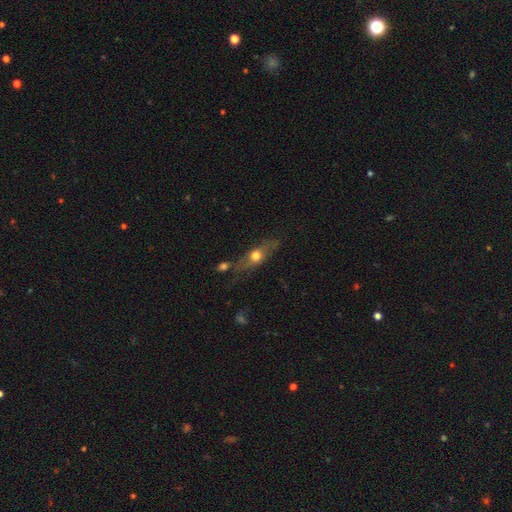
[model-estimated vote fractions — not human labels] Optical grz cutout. It shows a smooth galaxy with no disk features (47%). Merging: none (60%).